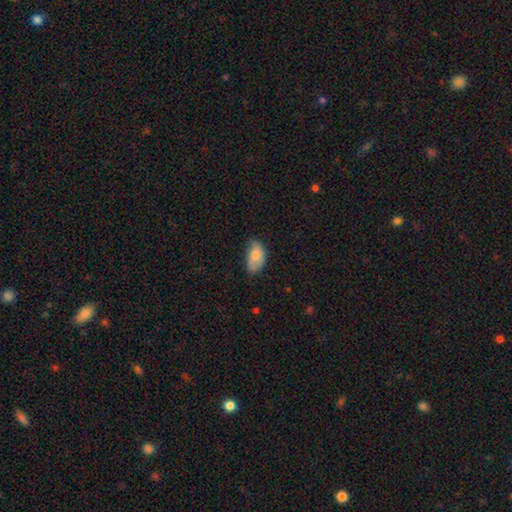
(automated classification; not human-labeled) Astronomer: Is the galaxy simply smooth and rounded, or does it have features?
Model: smooth — 76%.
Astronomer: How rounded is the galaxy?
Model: in between — 93%.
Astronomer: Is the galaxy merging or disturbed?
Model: none — 46% (runner-up: minor disturbance, 41%).